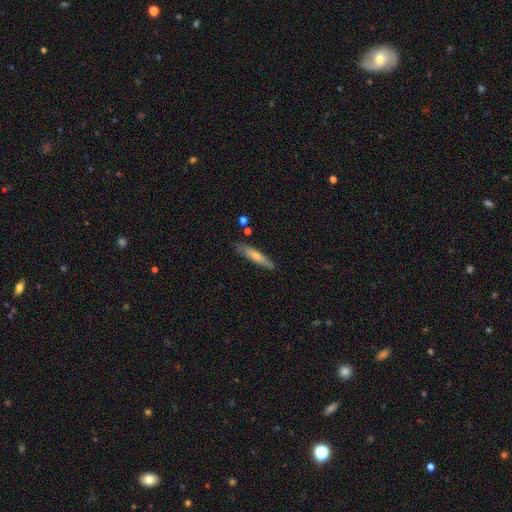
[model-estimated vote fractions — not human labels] Q: Smooth or featured?
A: smooth (62%); runner-up: featured or disk (32%)
Q: How rounded?
A: cigar-shaped (86%); runner-up: in between (13%)
Q: Merging?
A: none (76%); runner-up: minor disturbance (17%)